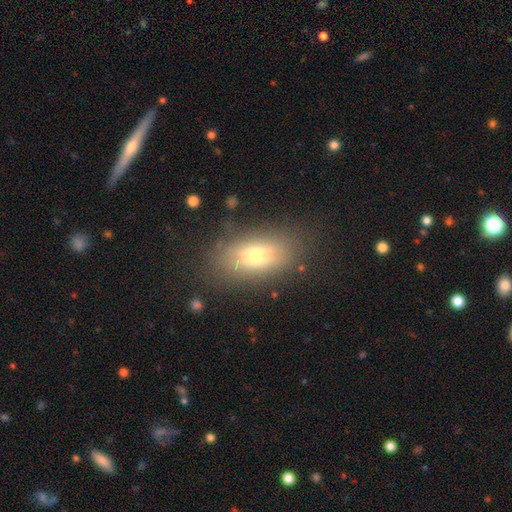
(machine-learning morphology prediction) This is possibly a smooth galaxy (50%). Merging: likely none (75%).